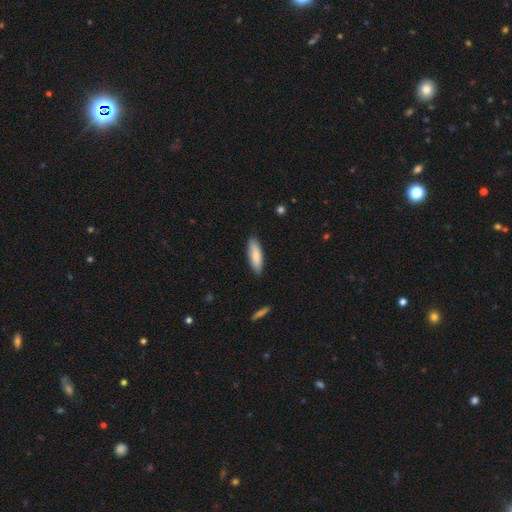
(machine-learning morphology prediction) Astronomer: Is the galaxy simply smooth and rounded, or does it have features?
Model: smooth — 80%.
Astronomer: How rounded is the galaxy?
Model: in between — 55% (runner-up: cigar-shaped, 44%).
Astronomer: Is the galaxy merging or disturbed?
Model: none — 86%.